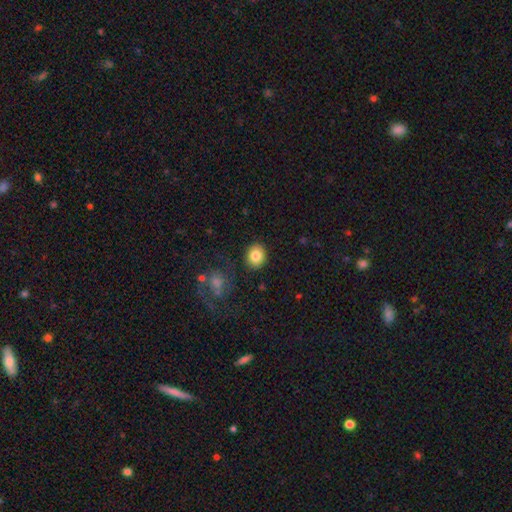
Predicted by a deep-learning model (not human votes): Q: Smooth or featured?
A: smooth (84%); runner-up: star or artifact (9%)
Q: How rounded?
A: round (68%); runner-up: in between (31%)
Q: Merging?
A: none (87%); runner-up: minor disturbance (8%)